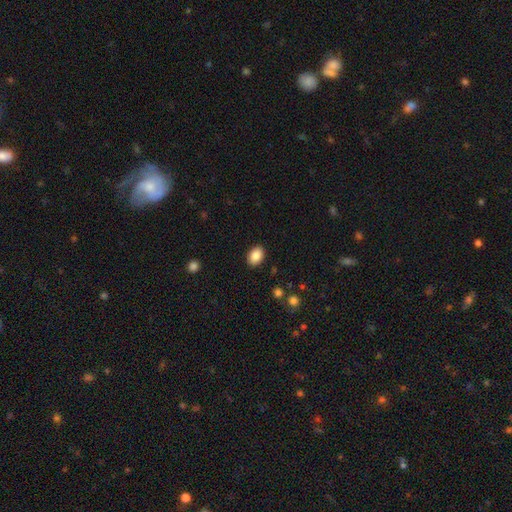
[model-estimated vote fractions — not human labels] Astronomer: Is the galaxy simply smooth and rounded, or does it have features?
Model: smooth — 88%.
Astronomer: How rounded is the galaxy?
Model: in between — 82%.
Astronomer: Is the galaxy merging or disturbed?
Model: none — 89%.